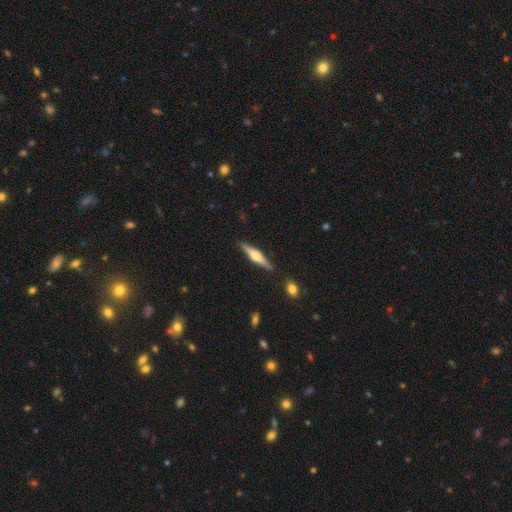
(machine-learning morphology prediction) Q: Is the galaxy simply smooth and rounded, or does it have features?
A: featured or disk — 64%.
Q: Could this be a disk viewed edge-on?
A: yes — 97%.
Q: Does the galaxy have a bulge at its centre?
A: rounded — 86%.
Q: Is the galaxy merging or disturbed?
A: none — 89%.